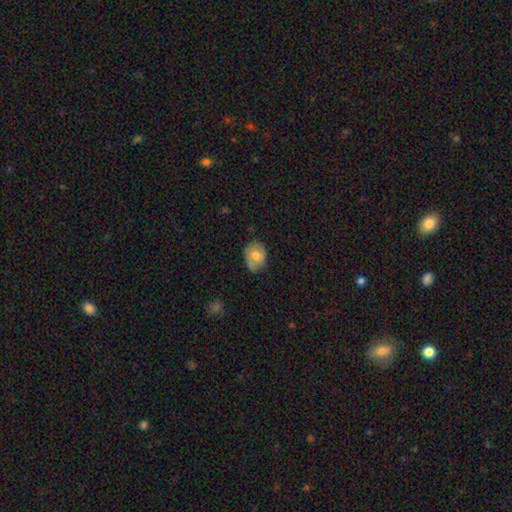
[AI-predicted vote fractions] Smooth or featured: smooth — 65% (featured or disk — 27%)
How rounded: in between — 59% (round — 41%)
Merging: none — 65% (minor disturbance — 28%)